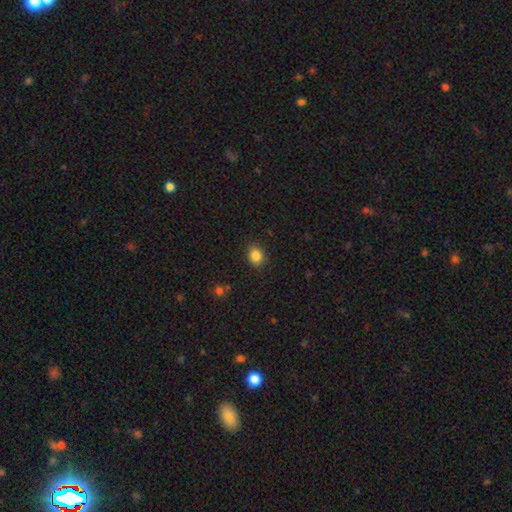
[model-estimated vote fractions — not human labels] Smooth or featured: smooth — 85% (star or artifact — 10%)
How rounded: round — 59% (in between — 40%)
Merging: none — 88% (minor disturbance — 8%)